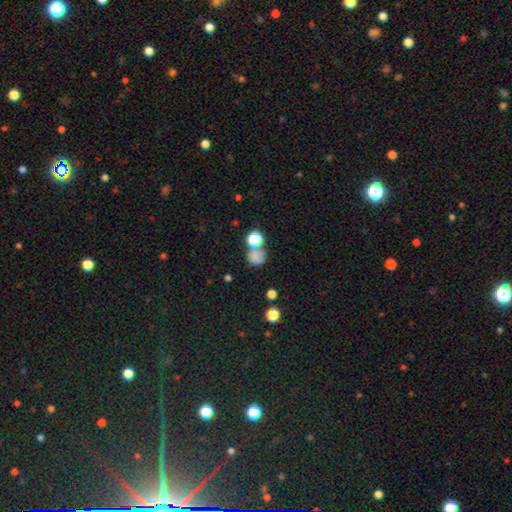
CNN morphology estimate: Overall: smooth (75%). How rounded: round (81%). Merging: none (53%; merger 27%).